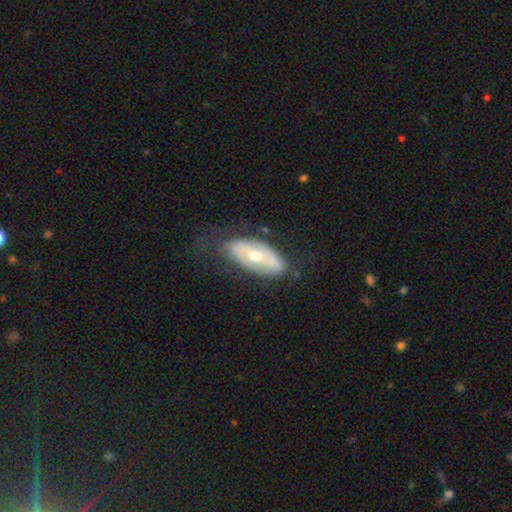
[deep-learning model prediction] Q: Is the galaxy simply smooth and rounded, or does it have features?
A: featured or disk — 53%.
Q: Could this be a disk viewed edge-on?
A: no — 84%.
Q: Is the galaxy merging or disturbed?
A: none — 60%.